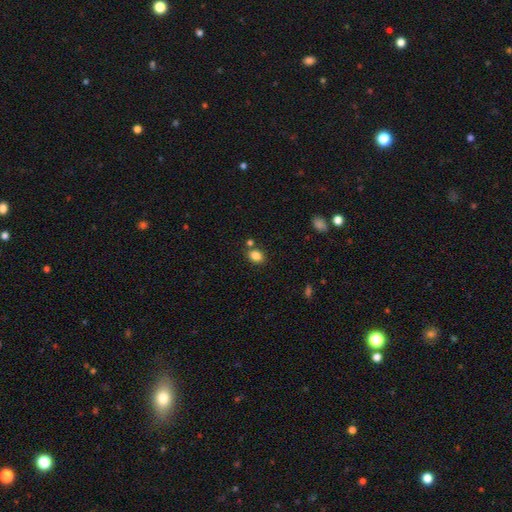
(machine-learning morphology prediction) This appears to be a smooth galaxy with no disk features (83%) that is in between round and cigar-shaped (62%). Merging: none (74%).